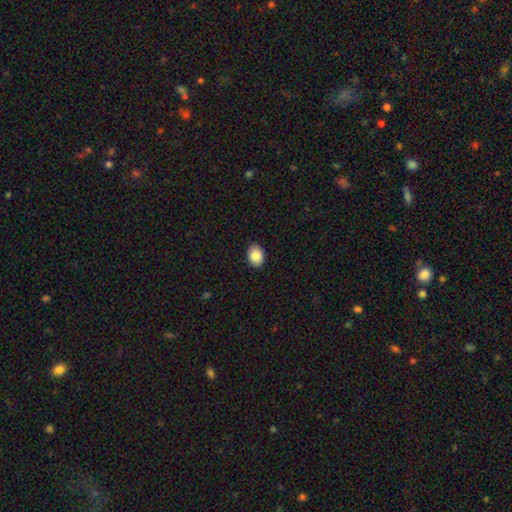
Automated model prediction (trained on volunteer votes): smooth 84%, featured or disk 8%, star or artifact 8%. Down the decision tree: how rounded — in between (69%); merging — none (90%).